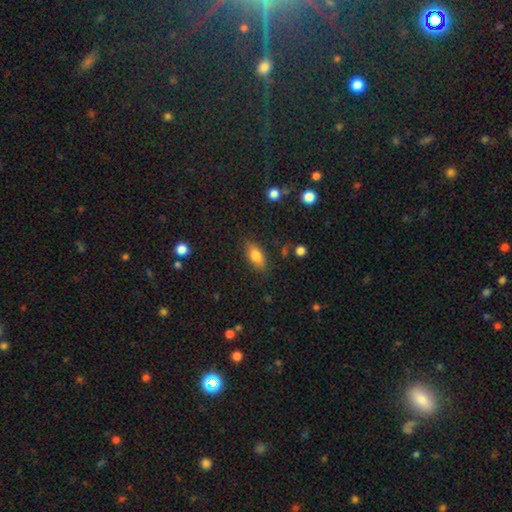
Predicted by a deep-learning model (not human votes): smooth-or-featured: smooth: 80% | featured or disk: 12% | star or artifact: 9%
  how-rounded: in between: 85% | cigar-shaped: 10% | round: 5%
  merging: none: 81% | minor disturbance: 13% | major disturbance: 4% | merger: 2%